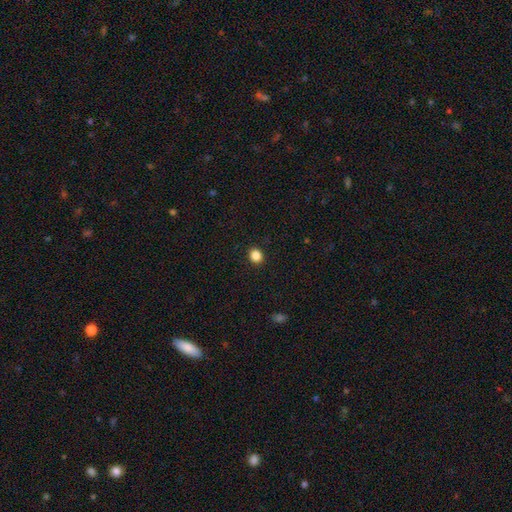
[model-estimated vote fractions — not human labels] A smooth galaxy with no disk features (86%) that is round (69%).

Vote fractions:
- Smooth or featured? smooth: 86% / star or artifact: 11% / featured or disk: 3%
- How rounded? round: 69% / in between: 30% / cigar-shaped: 1%
- Merging? none: 92% / minor disturbance: 5% / major disturbance: 2% / merger: 1%